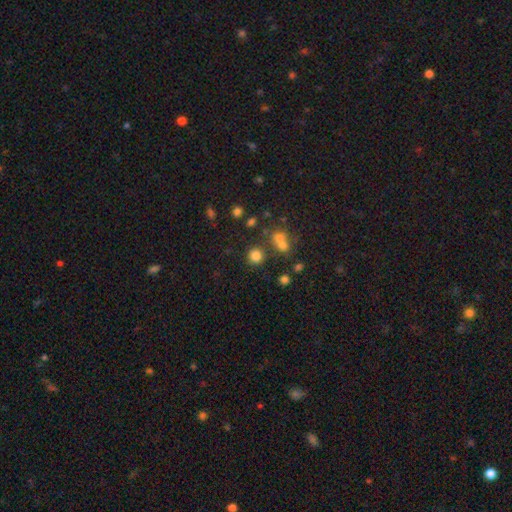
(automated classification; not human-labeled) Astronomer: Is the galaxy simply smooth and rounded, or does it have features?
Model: smooth — 78%.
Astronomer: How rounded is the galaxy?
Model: round — 91%.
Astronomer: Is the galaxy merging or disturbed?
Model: none — 76%.